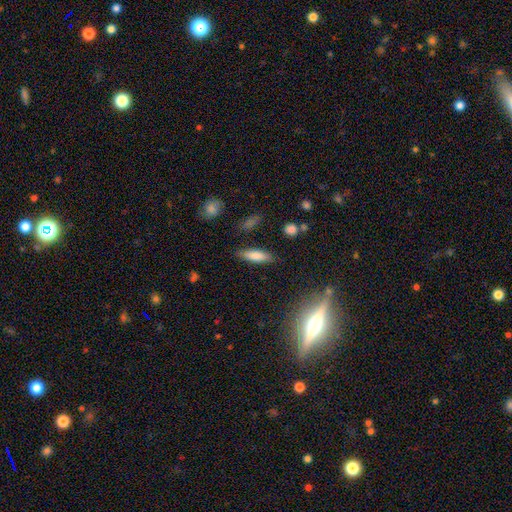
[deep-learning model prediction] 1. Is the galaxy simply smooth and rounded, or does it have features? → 78% smooth, 13% featured or disk, 8% star or artifact.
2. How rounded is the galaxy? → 50% cigar-shaped, 48% in between, 2% round.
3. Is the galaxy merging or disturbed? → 83% none, 11% minor disturbance, 3% major disturbance, 2% merger.